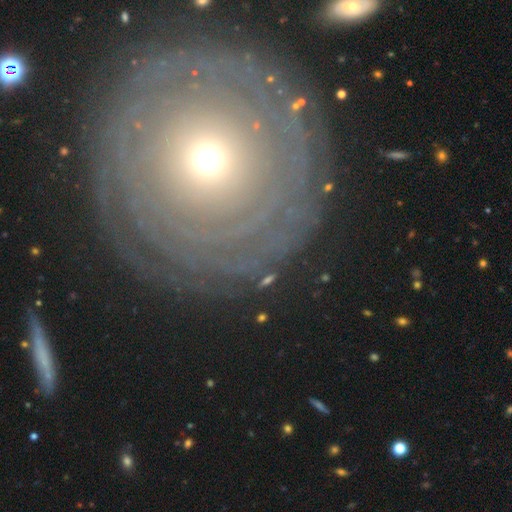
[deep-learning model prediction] smooth_or_featured: featured or disk (p=0.67) [alt: smooth p=0.21]
disk_edge_on: no (p=0.95) [alt: yes p=0.05]
bar: no (p=0.86) [alt: weak p=0.09]
has_spiral_arms: yes (p=0.71) [alt: no p=0.29]
bulge_size: small (p=0.56) [alt: moderate p=0.37]
merging: none (p=0.85) [alt: minor disturbance p=0.09]